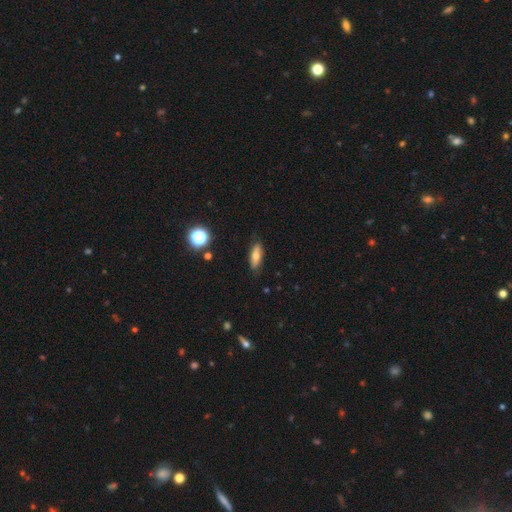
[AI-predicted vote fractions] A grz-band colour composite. It shows a smooth galaxy with no disk features (65%) that is in between round and cigar-shaped (61%). Merging: none (83%).